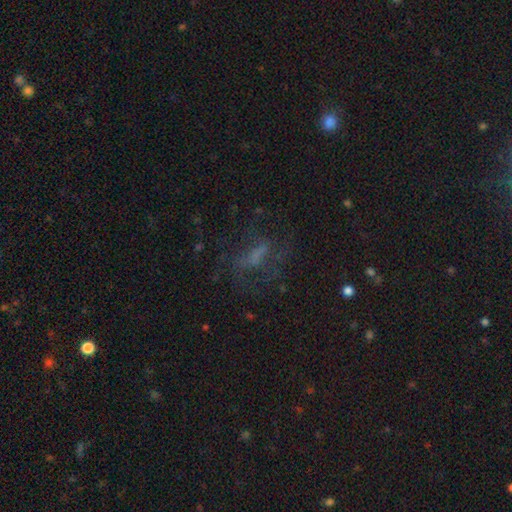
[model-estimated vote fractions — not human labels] smooth_or_featured: featured or disk (p=0.41) [alt: smooth p=0.34]
merging: none (p=0.52) [alt: major disturbance p=0.28]